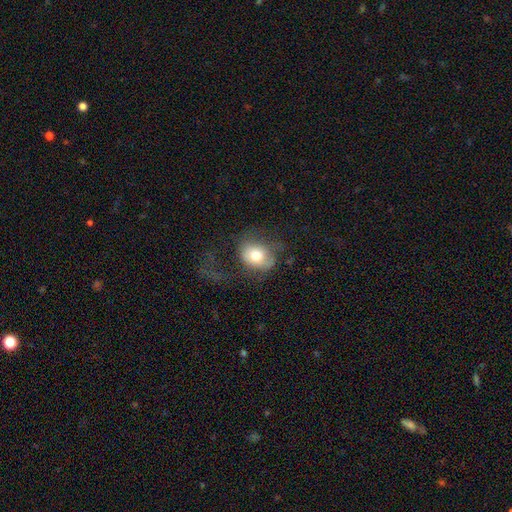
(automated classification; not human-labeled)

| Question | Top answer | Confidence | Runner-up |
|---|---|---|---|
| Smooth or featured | smooth | 69% | featured or disk (21%) |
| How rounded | round | 50% | in between (49%) |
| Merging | none | 38% | tied: major disturbance (38%) |